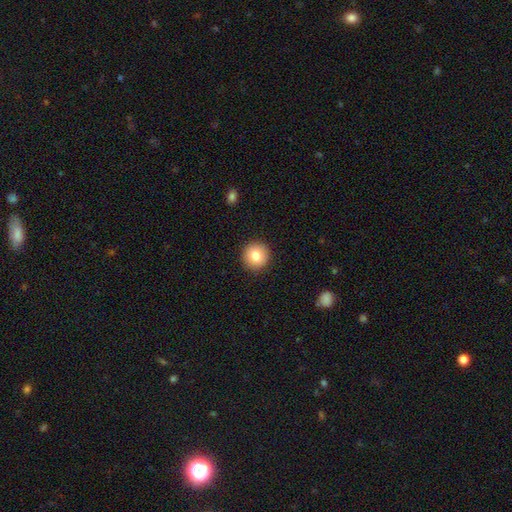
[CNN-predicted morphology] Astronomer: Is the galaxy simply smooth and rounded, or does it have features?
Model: smooth — 82%.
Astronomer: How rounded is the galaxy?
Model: round — 95%.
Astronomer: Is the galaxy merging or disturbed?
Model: none — 92%.